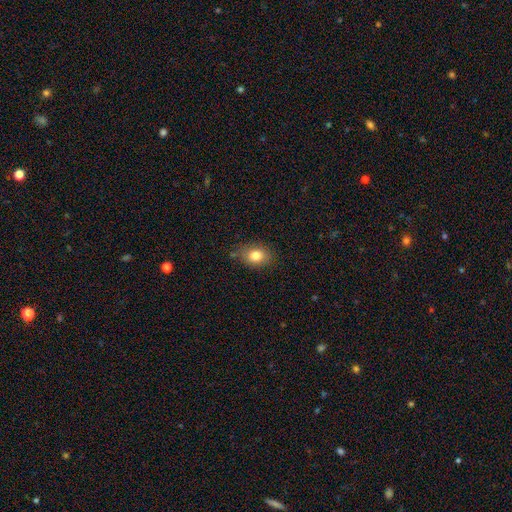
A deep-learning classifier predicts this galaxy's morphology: Overall: smooth (80%). How rounded: in between (67%; round 31%). Merging: none (77%).